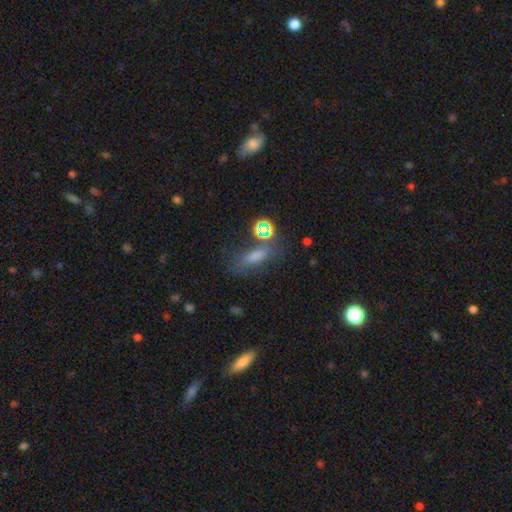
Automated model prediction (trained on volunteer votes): A smooth galaxy with no disk features (56%) that is in between round and cigar-shaped (54%). Merging: none (55%).